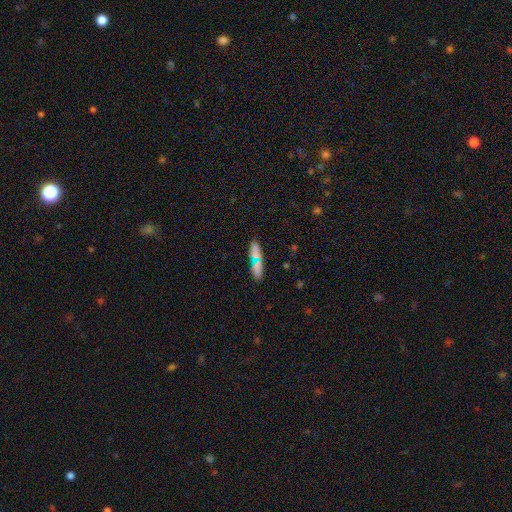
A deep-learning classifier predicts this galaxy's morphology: Q: Smooth or featured?
A: smooth (61%); runner-up: featured or disk (24%)
Q: How rounded?
A: cigar-shaped (62%); runner-up: in between (31%)
Q: Merging?
A: none (61%); runner-up: merger (23%)